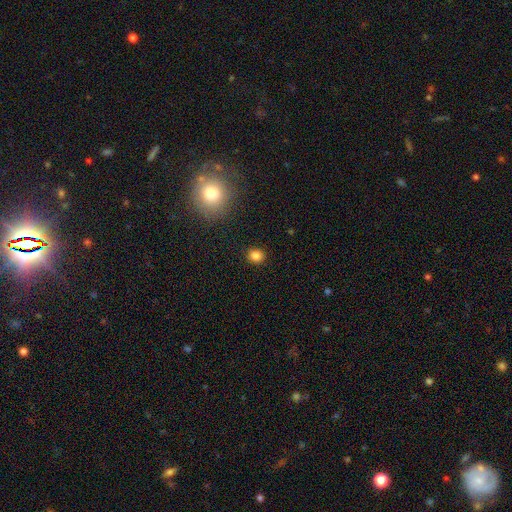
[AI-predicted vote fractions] Smooth or featured? smooth (84%)
How rounded? round (83%)
Merging? none (91%)